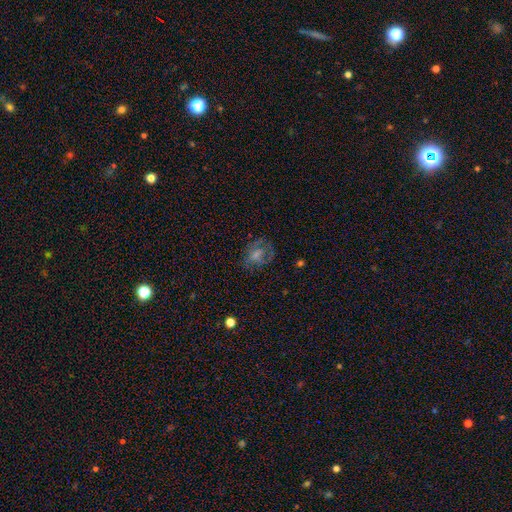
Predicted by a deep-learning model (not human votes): Smooth or featured: featured or disk — 47% (smooth — 31%)
Merging: none — 65% (minor disturbance — 18%)